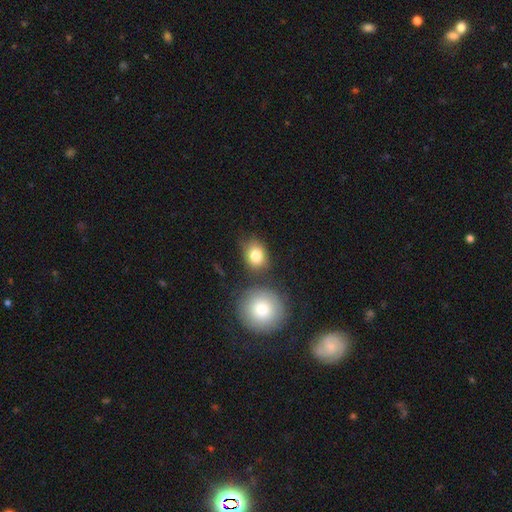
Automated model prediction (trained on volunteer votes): This is clearly a smooth galaxy (81%). How rounded: possibly in between (51%). Merging: likely none (64%).